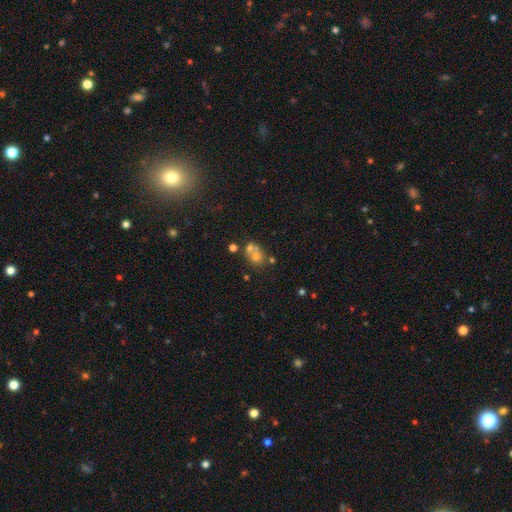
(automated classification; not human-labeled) smooth-or-featured: smooth: 61% | featured or disk: 22% | star or artifact: 17%
  how-rounded: round: 70% | in between: 29% | cigar-shaped: 1%
  merging: merger: 47% | none: 38% | minor disturbance: 9% | major disturbance: 6%